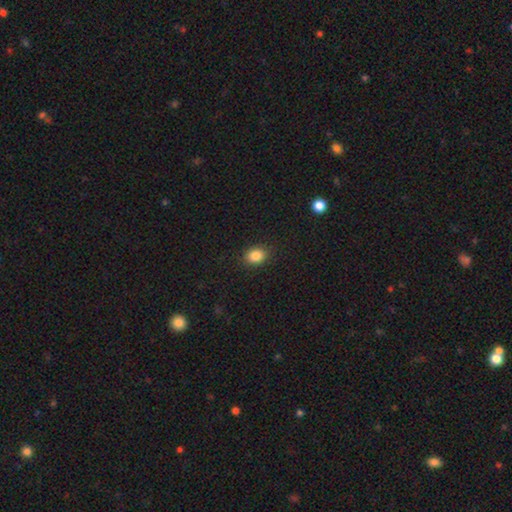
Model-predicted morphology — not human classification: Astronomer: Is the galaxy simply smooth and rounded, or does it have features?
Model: smooth — 86%.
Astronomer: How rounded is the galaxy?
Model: in between — 60% (runner-up: round, 39%).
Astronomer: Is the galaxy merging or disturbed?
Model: none — 89%.